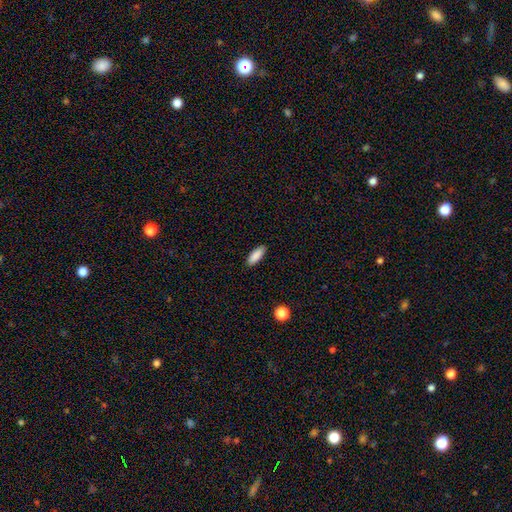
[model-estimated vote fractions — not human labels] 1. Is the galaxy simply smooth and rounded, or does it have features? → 88% smooth, 7% star or artifact, 5% featured or disk.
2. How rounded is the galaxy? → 64% in between, 34% cigar-shaped, 2% round.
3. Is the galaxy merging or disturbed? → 88% none, 9% minor disturbance, 2% major disturbance, 1% merger.